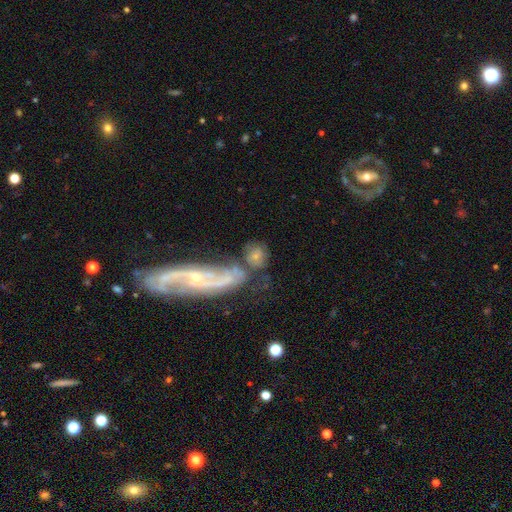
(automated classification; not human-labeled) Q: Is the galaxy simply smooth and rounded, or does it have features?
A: smooth — 46%.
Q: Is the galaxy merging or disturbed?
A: none — 39%.